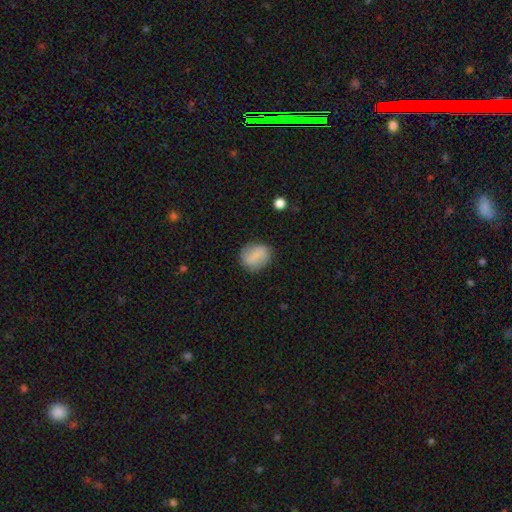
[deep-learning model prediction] Smooth or featured? smooth (77%)
How rounded? round (53%)
Merging? none (81%)